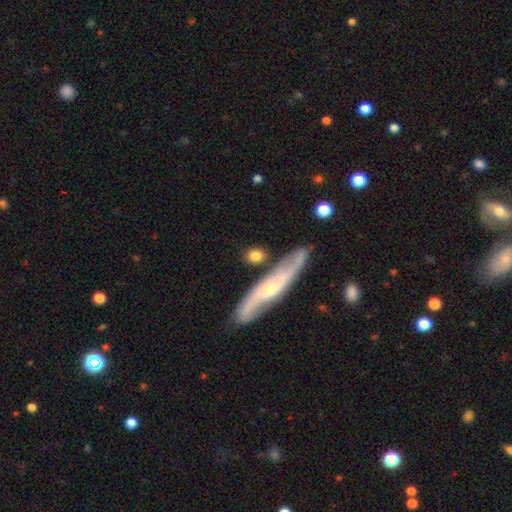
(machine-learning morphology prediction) Smooth or featured: smooth — 75% (featured or disk — 20%)
How rounded: round — 41% (in between — 39%)
Merging: none — 72% (minor disturbance — 12%)